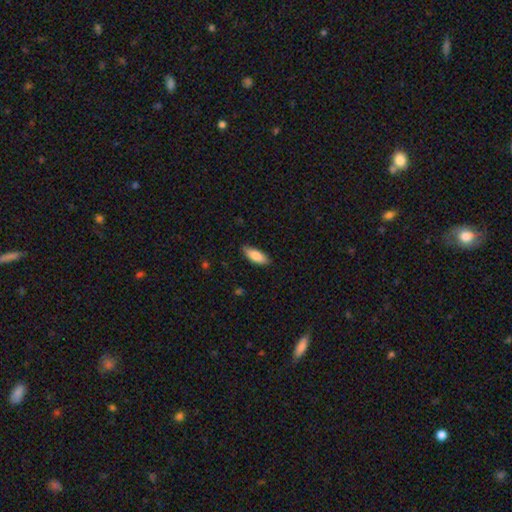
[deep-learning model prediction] Smooth or featured? smooth (85%)
How rounded? in between (76%)
Merging? none (84%)